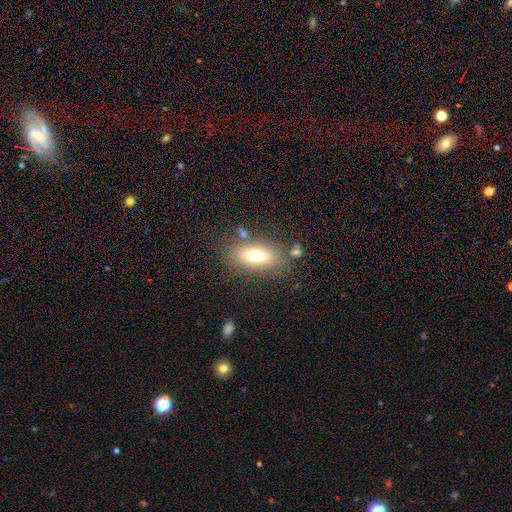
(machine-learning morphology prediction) Smooth or featured: smooth — 69% (featured or disk — 20%)
How rounded: in between — 83% (round — 11%)
Merging: none — 74% (minor disturbance — 14%)